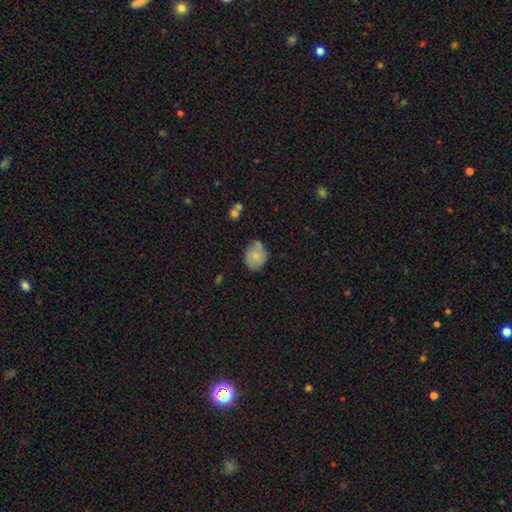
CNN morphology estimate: Smooth or featured: smooth — 70% (featured or disk — 22%)
How rounded: in between — 53% (round — 45%)
Merging: none — 60% (minor disturbance — 28%)